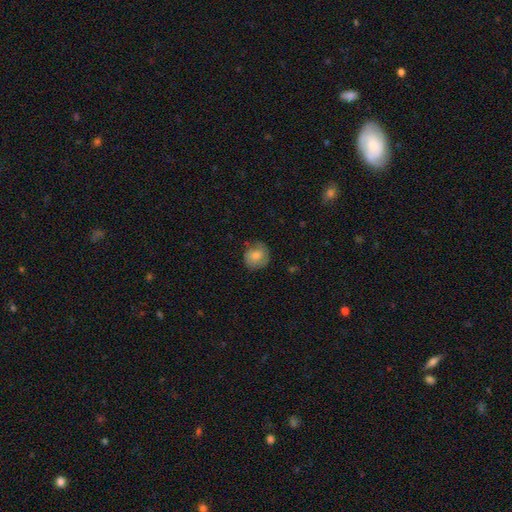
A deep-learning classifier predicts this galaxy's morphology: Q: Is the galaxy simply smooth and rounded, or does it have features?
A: smooth — 73%.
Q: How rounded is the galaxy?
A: round — 84%.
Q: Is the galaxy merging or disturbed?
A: none — 68%.